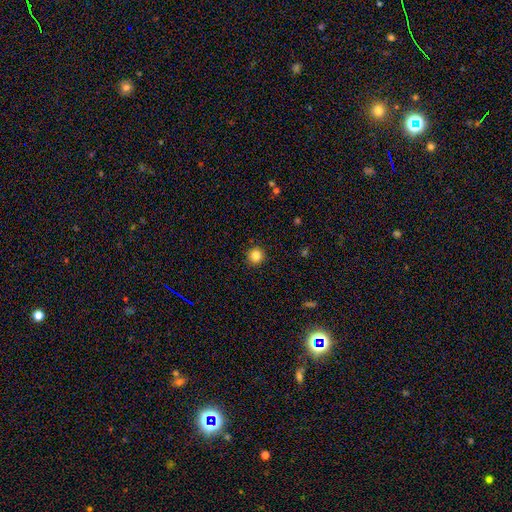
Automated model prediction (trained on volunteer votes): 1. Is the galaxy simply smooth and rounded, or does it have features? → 84% smooth, 11% star or artifact, 5% featured or disk.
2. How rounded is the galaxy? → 93% round, 6% in between, 1% cigar-shaped.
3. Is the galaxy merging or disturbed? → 92% none, 5% minor disturbance, 2% major disturbance, 1% merger.